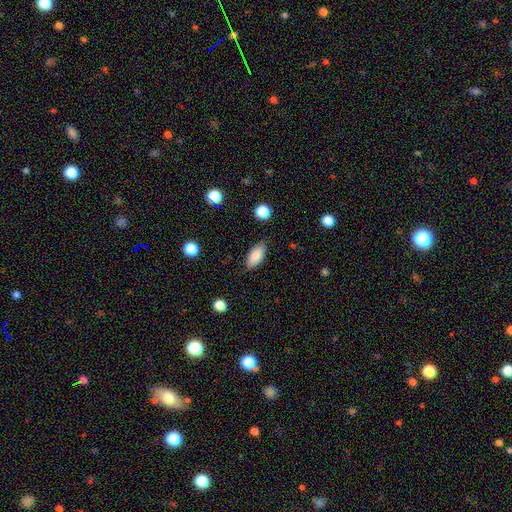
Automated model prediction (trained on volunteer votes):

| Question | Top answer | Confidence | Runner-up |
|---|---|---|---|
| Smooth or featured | smooth | 84% | featured or disk (8%) |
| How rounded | in between | 87% | cigar-shaped (11%) |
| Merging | none | 82% | minor disturbance (13%) |